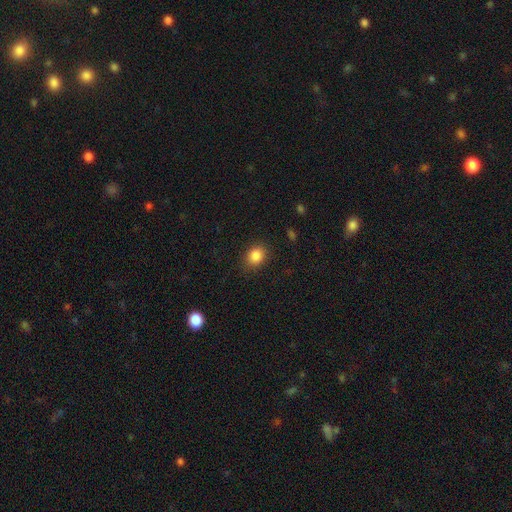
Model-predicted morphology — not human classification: Smooth or featured? Predicted: smooth (p=0.86). How rounded? Predicted: round (p=0.59). Merging? Predicted: none (p=0.85).